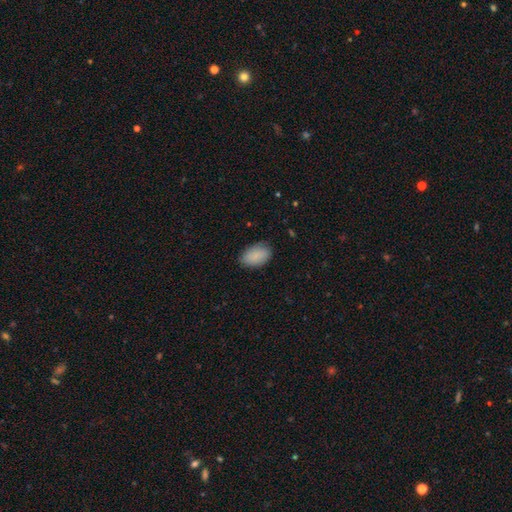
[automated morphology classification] Smooth or featured: smooth — 87% (star or artifact — 7%)
How rounded: in between — 92% (round — 7%)
Merging: none — 78% (minor disturbance — 17%)